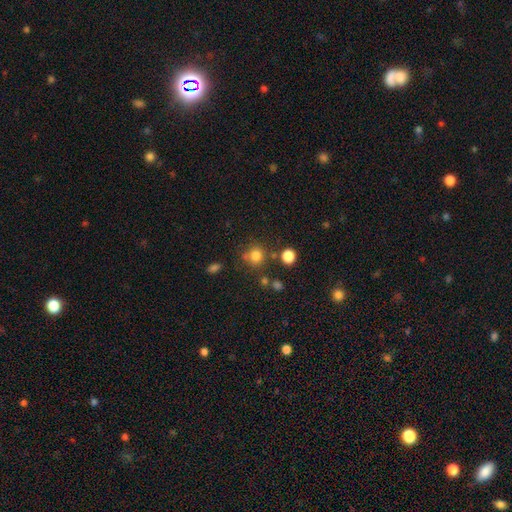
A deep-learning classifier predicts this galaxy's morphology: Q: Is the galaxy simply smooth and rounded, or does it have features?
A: smooth — 79%.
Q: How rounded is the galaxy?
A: round — 89%.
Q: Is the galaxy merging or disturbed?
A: none — 73%.